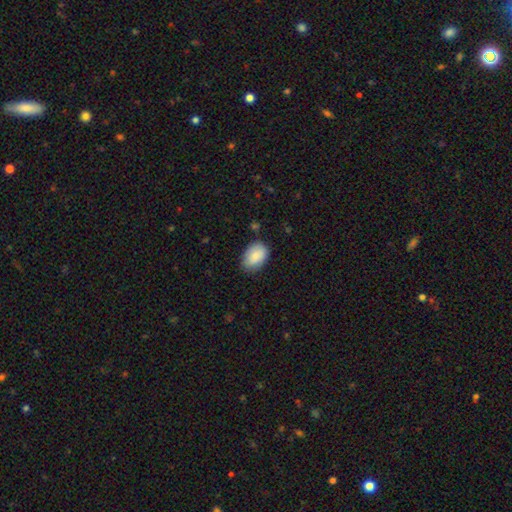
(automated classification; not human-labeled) Smooth or featured? Predicted: smooth (p=0.88). How rounded? Predicted: in between (p=0.88). Merging? Predicted: none (p=0.74).